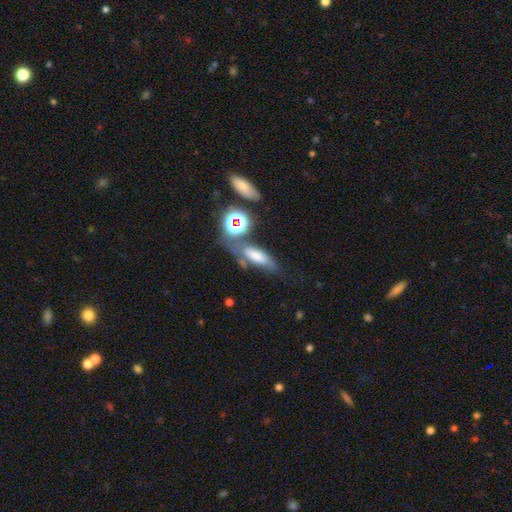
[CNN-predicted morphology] This appears to be a smooth galaxy with no disk features (57%) that is in between round and cigar-shaped (61%). Merging: none (49%).